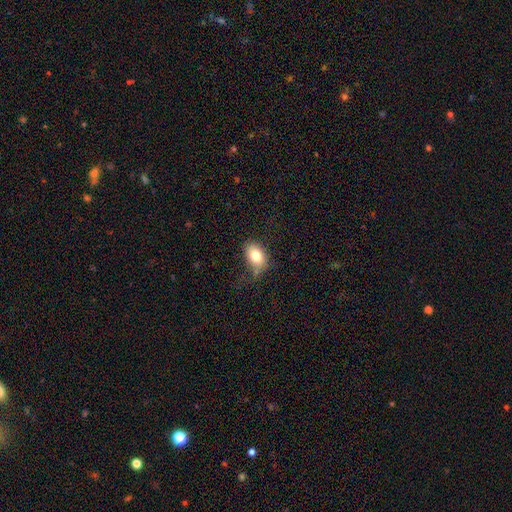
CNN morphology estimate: This is likely a smooth galaxy (79%). How rounded: clearly in between (82%). Merging: likely none (69%).